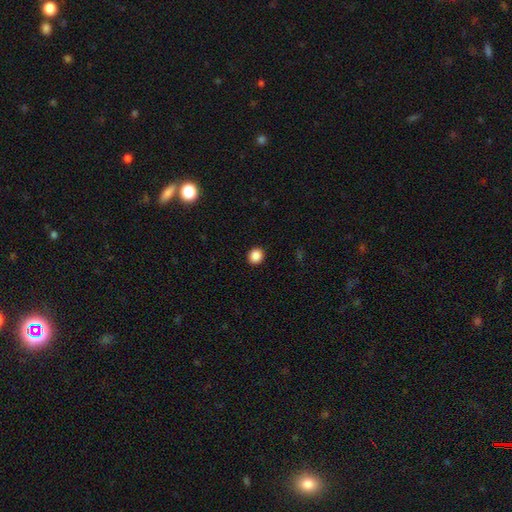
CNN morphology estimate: type=smooth (87%); roundness=round (84%); merging=none (92%).